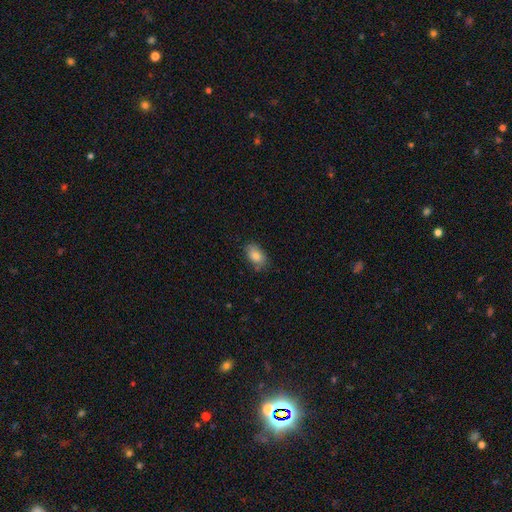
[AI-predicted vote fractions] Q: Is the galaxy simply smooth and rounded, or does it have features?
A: smooth — 83%.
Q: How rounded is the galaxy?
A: in between — 89%.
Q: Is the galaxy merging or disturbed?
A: none — 78%.